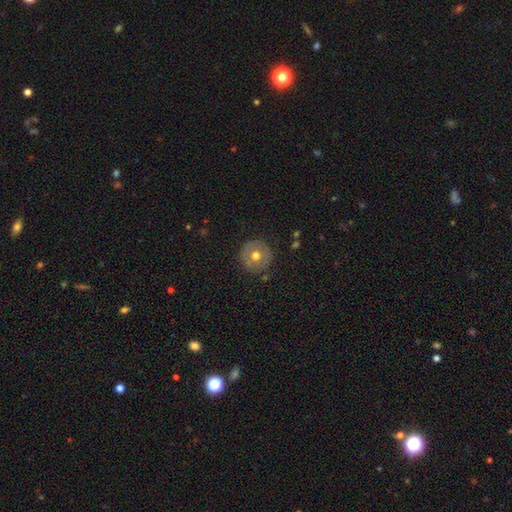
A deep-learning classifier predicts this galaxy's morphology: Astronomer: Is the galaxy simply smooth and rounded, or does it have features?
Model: smooth — 55% (runner-up: featured or disk, 37%).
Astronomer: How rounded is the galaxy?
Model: round — 94%.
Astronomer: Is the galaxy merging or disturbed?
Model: none — 87%.